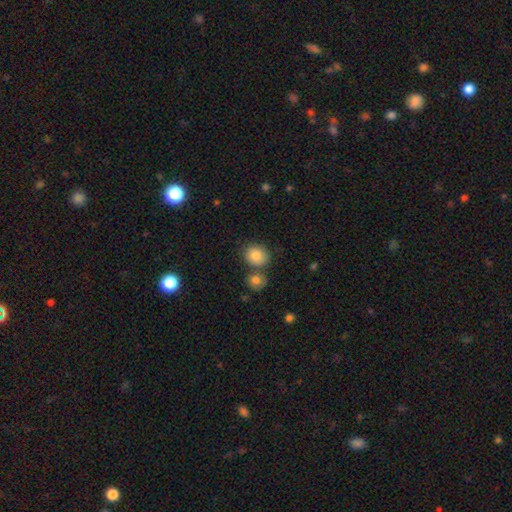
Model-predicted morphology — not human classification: Smooth or featured? smooth (84%)
How rounded? round (68%)
Merging? none (67%)